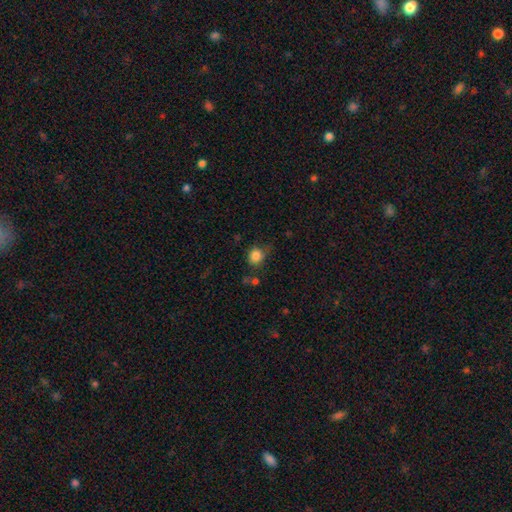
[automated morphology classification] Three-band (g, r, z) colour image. It shows a smooth galaxy with no disk features (83%) that is round (72%). Merging: none (59%).